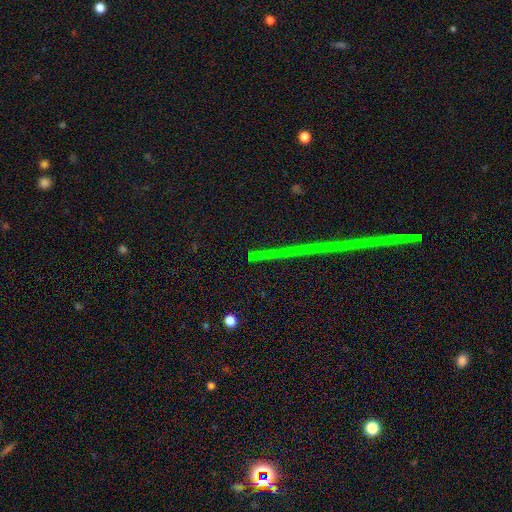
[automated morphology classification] Smooth or featured?
  - star or artifact: 78% *
  - featured or disk: 12%
  - smooth: 10%